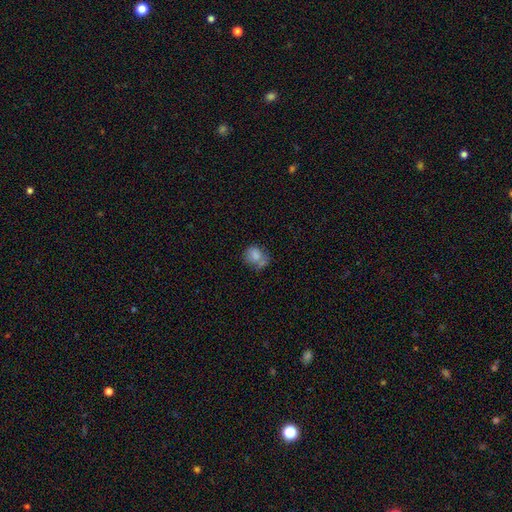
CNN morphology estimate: A smooth galaxy with no disk features (74%) that is round (57%). Merging: none (41%).